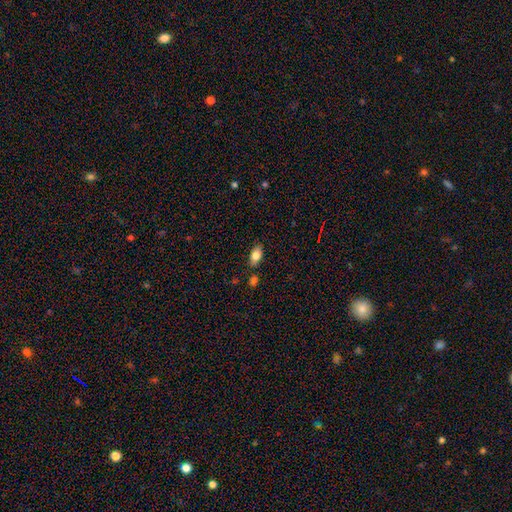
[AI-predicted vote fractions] smooth 82%, featured or disk 10%, star or artifact 8%. Down the decision tree: how rounded — in between (91%); merging — none (80%).